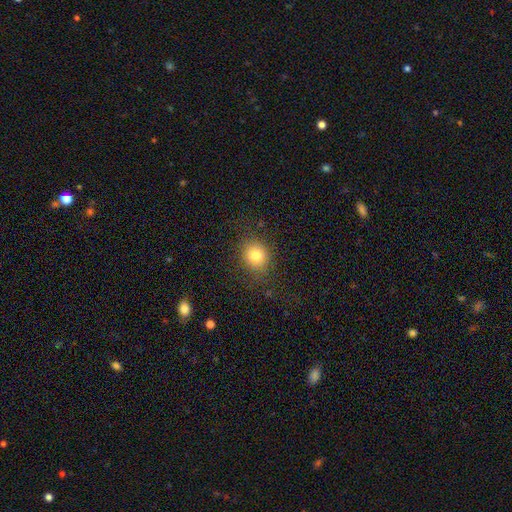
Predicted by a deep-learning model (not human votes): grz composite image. It shows a smooth galaxy with no disk features (80%) that is round (74%). Merging: none (81%).